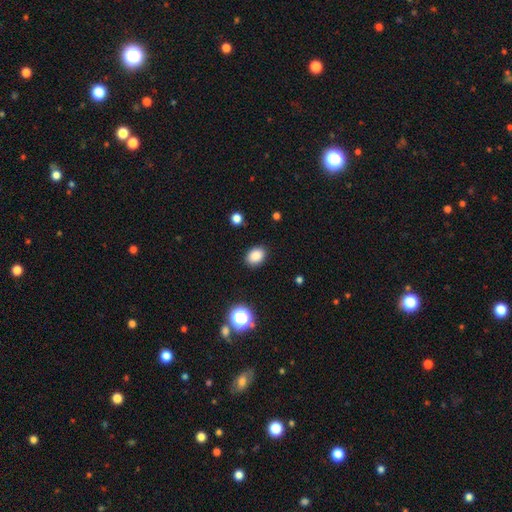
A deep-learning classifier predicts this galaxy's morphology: Smooth or featured? smooth (86%)
How rounded? in between (68%)
Merging? none (87%)